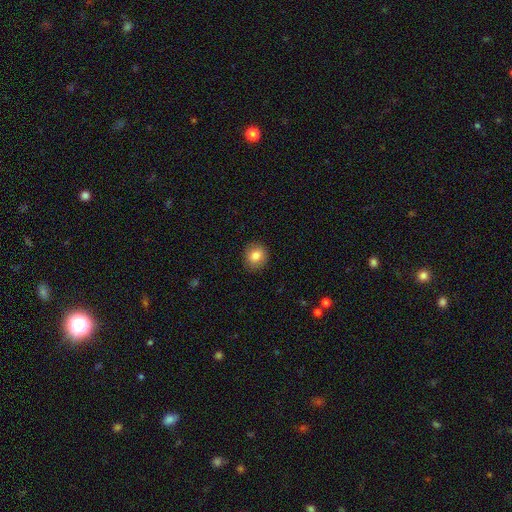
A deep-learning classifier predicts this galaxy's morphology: smooth-or-featured: smooth: 83% | star or artifact: 9% | featured or disk: 7%
  how-rounded: round: 85% | in between: 14% | cigar-shaped: 1%
  merging: none: 90% | minor disturbance: 7% | major disturbance: 2% | merger: 1%